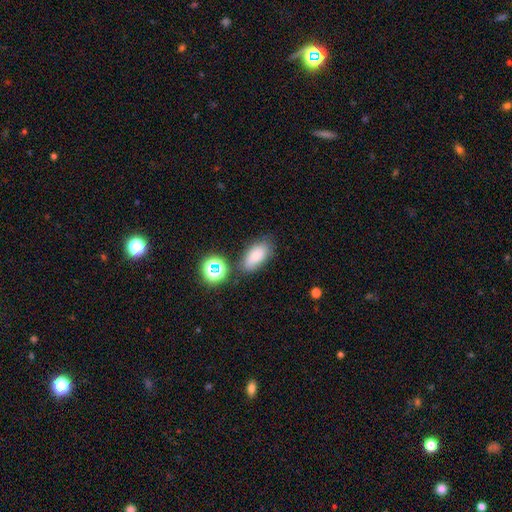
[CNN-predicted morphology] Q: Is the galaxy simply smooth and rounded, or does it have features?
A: smooth — 76%.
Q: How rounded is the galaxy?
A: in between — 88%.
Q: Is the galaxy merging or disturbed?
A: none — 71%.